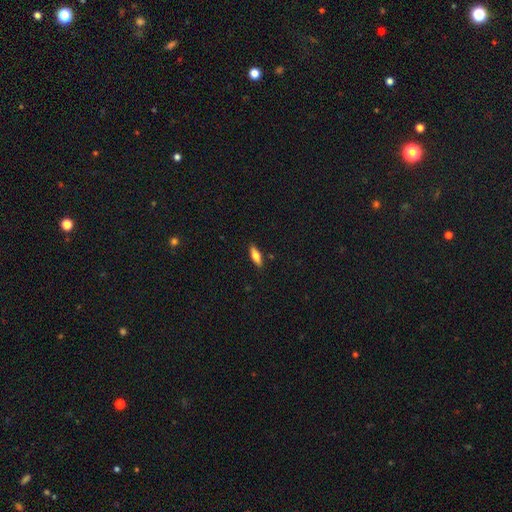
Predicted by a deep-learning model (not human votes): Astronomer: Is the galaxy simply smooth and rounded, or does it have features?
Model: smooth — 68%.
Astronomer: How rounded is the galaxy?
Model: in between — 58% (runner-up: cigar-shaped, 40%).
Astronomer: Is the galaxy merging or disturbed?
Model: none — 88%.